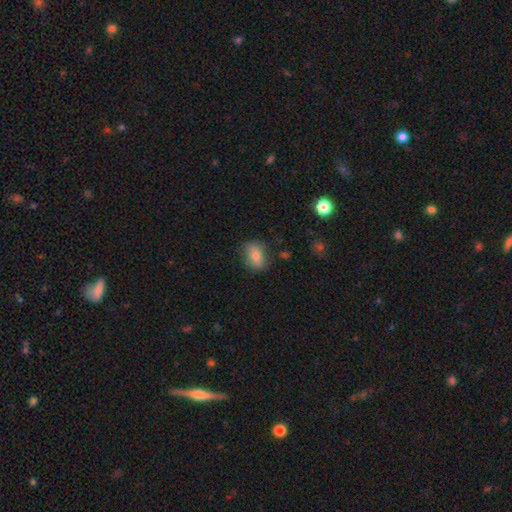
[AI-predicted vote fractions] A smooth galaxy with no disk features (77%) that is in between round and cigar-shaped (75%).

Vote fractions:
- Smooth or featured? smooth: 77% / featured or disk: 14% / star or artifact: 9%
- How rounded? in between: 75% / round: 24% / cigar-shaped: 2%
- Merging? none: 77% / minor disturbance: 17% / major disturbance: 4% / merger: 2%